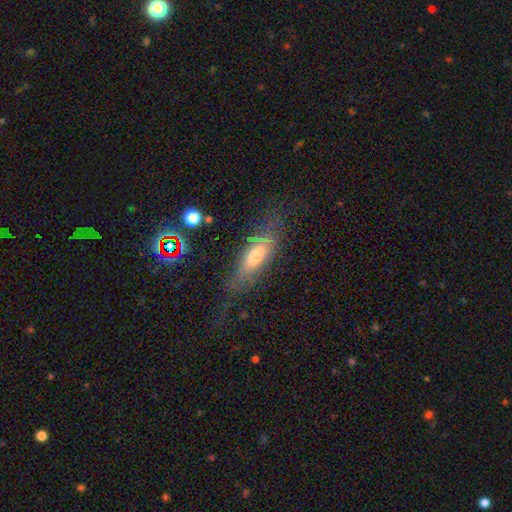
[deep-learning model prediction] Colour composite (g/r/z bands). It shows a smooth galaxy with no disk features (52%) that is in between round and cigar-shaped (55%). Merging: none (56%).